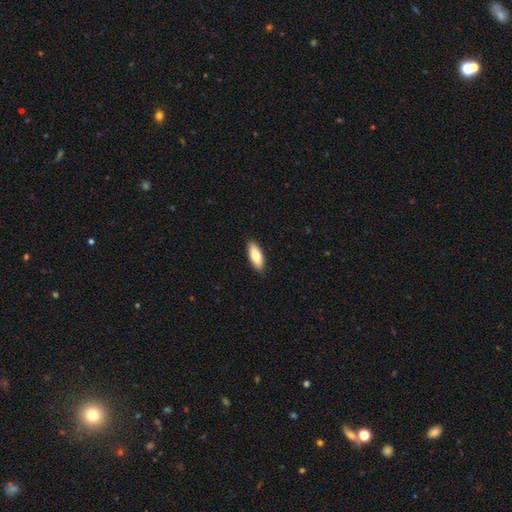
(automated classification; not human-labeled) This appears to be a smooth galaxy with no disk features (78%) that is in between round and cigar-shaped (77%). Merging: none (90%).